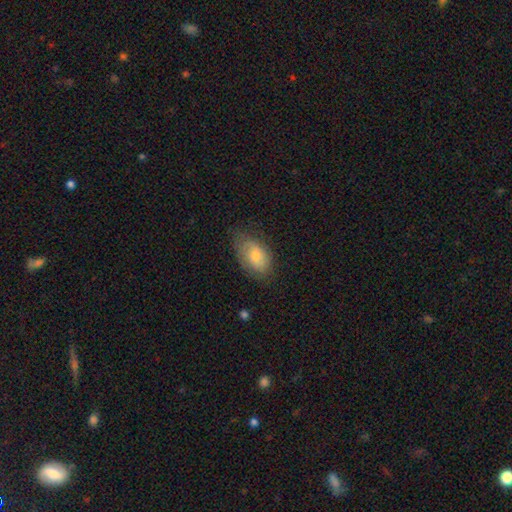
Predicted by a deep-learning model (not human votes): smooth 71%, featured or disk 22%, star or artifact 7%. Down the decision tree: how rounded — in between (91%); merging — none (66%).